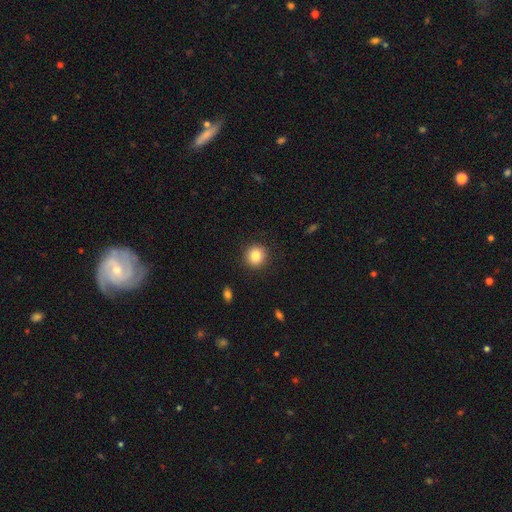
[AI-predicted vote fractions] The model was most divided on "smooth or featured": smooth: 85%, star or artifact: 9%, featured or disk: 6%. More confident: how rounded — round (91%); merging — none (91%).